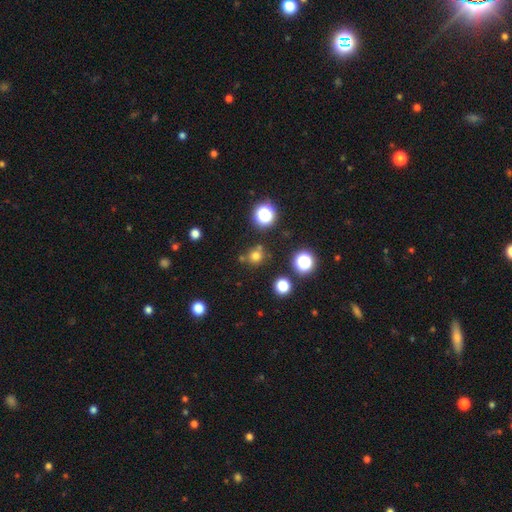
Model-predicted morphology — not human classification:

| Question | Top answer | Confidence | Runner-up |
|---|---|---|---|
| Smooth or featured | smooth | 69% | star or artifact (24%) |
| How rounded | round | 89% | in between (10%) |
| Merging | none | 74% | merger (12%) |